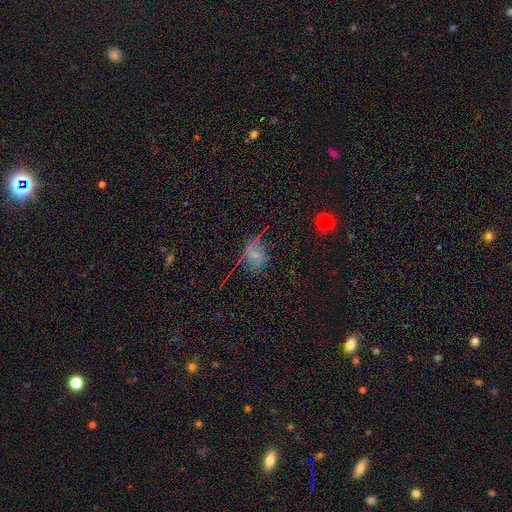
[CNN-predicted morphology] Smooth or featured?
  - smooth: 46% *
  - star or artifact: 38%
  - featured or disk: 17%
Merging?
  - none: 64% *
  - minor disturbance: 21%
  - major disturbance: 11%
  - merger: 4%